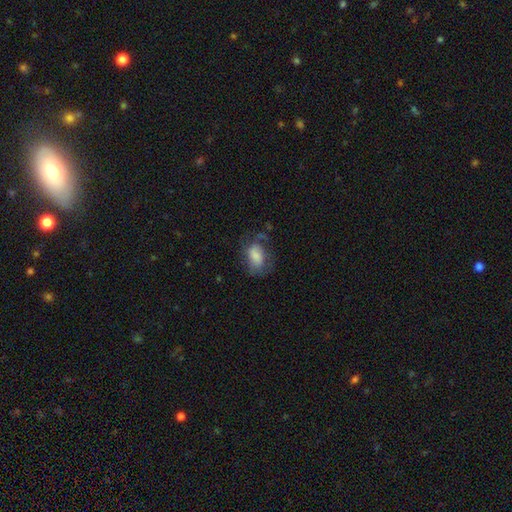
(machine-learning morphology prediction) Smooth or featured: smooth — 70% (featured or disk — 21%)
How rounded: in between — 85% (round — 13%)
Merging: none — 43% (minor disturbance — 28%)